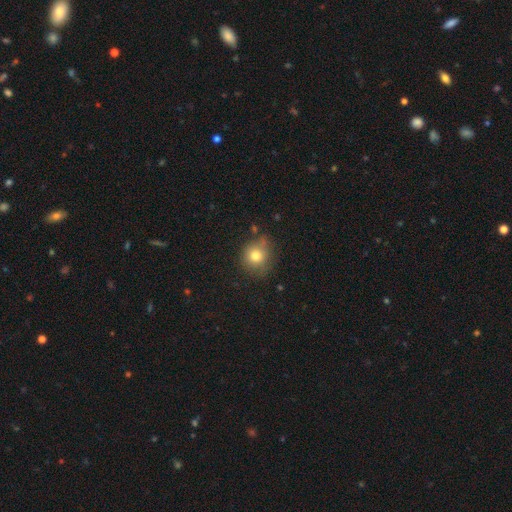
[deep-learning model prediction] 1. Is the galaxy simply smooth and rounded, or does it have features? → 77% smooth, 12% star or artifact, 11% featured or disk.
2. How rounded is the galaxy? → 84% round, 15% in between, 1% cigar-shaped.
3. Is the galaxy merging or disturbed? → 70% none, 21% minor disturbance, 5% major disturbance, 4% merger.